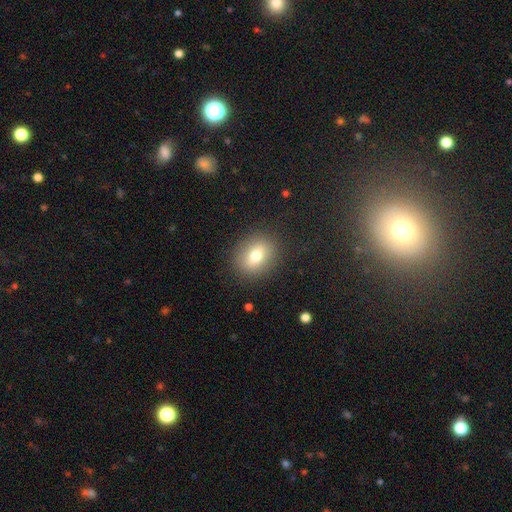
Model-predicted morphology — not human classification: Smooth or featured? Predicted: smooth (p=0.73). How rounded? Predicted: round (p=0.51). Merging? Predicted: none (p=0.86).